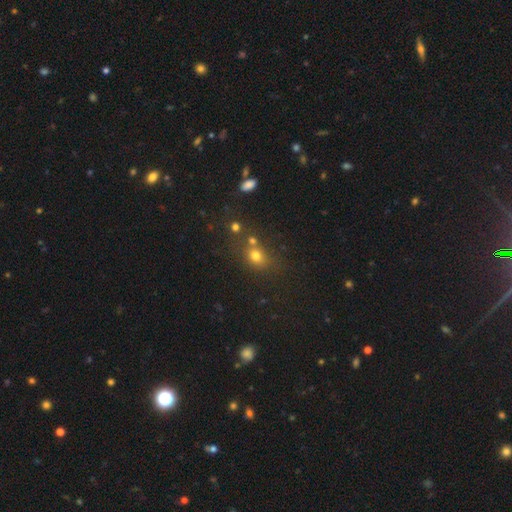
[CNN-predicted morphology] smooth_or_featured: smooth (p=0.71) [alt: star or artifact p=0.18]
how_rounded: round (p=0.57) [alt: in between p=0.41]
merging: none (p=0.55) [alt: merger p=0.25]